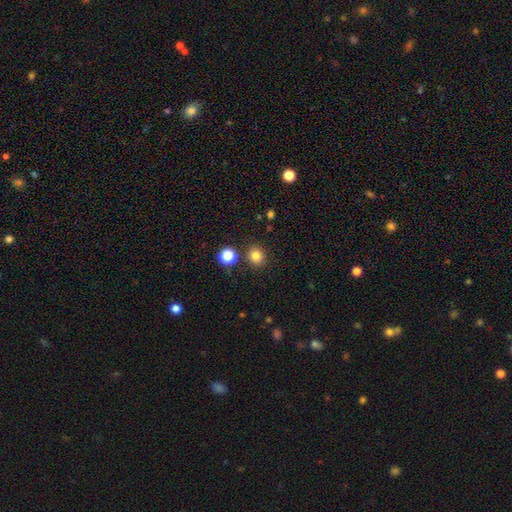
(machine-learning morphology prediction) A smooth galaxy with no disk features (81%) that is round (86%). Merging: none (84%).